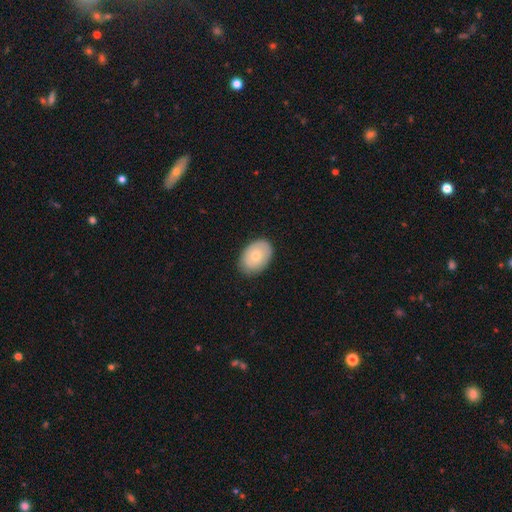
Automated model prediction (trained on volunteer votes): A smooth galaxy with no disk features (70%) that is in between round and cigar-shaped (78%).

Vote fractions:
- Smooth or featured? smooth: 70% / featured or disk: 24% / star or artifact: 6%
- How rounded? in between: 78% / round: 21% / cigar-shaped: 1%
- Merging? none: 82% / minor disturbance: 14% / major disturbance: 3% / merger: 1%